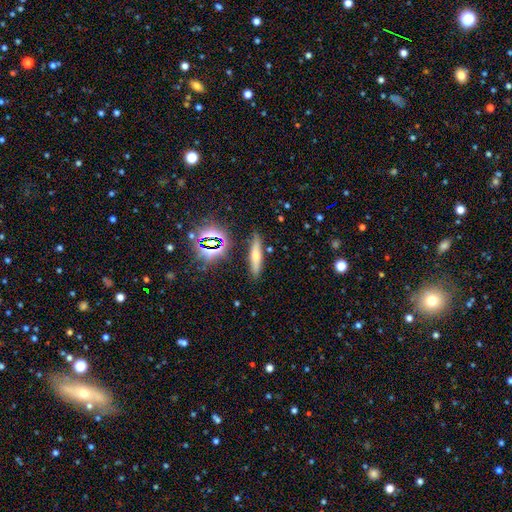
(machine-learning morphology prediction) This appears to be a smooth galaxy with no disk features (45%). Merging: none (85%).